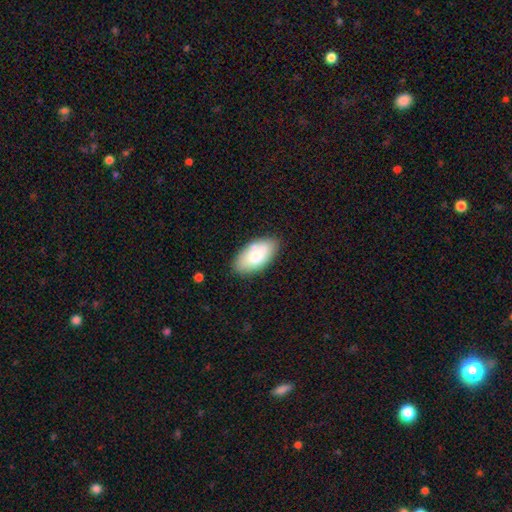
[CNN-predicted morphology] Smooth or featured? smooth (72%)
How rounded? in between (95%)
Merging? none (73%)